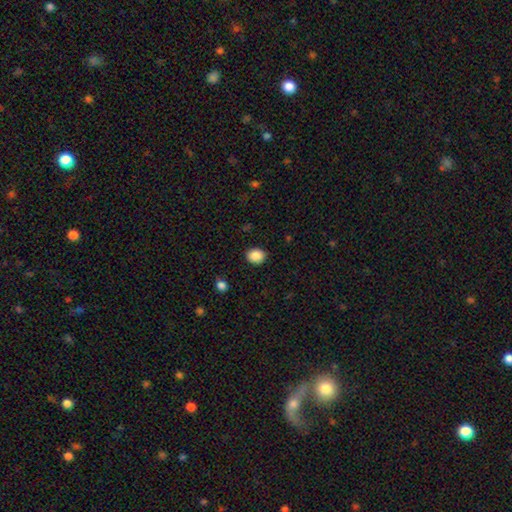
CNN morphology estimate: The model was most divided on "how rounded": round: 58%, in between: 41%, cigar-shaped: 1%. More confident: merging — none (89%); smooth or featured — smooth (88%).